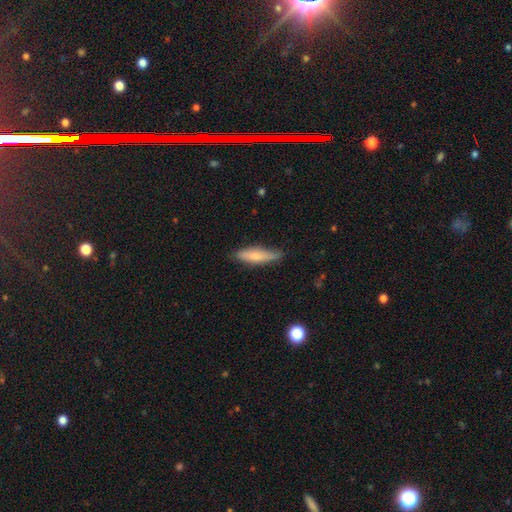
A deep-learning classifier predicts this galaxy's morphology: This is likely a smooth galaxy (71%). How rounded: likely cigar-shaped (73%). Merging: likely none (75%).